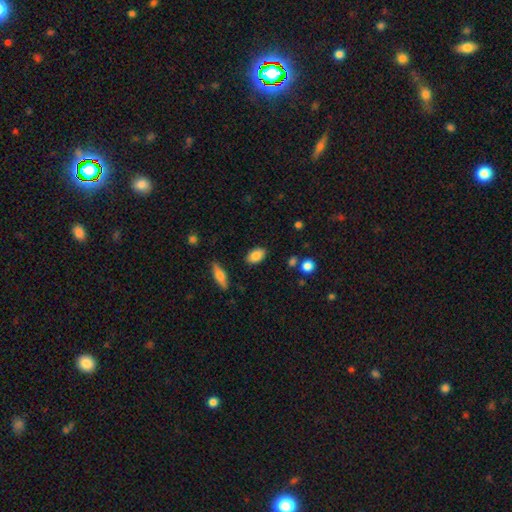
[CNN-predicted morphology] type=smooth (84%); roundness=in between (88%); merging=none (85%).